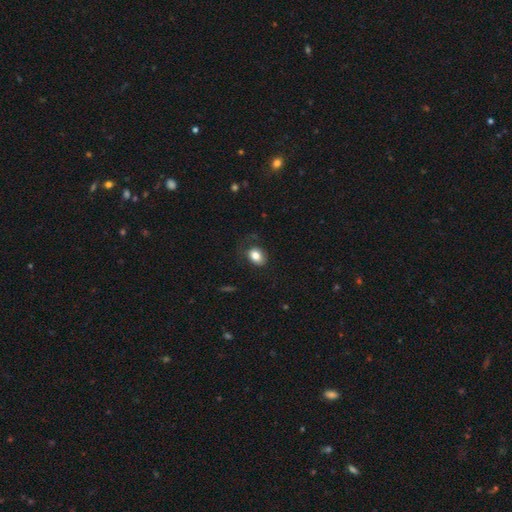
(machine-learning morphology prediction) Smooth or featured?
  - smooth: 81% *
  - featured or disk: 10%
  - star or artifact: 9%
How rounded?
  - in between: 63% *
  - round: 36%
  - cigar-shaped: 1%
Merging?
  - none: 70% *
  - minor disturbance: 19%
  - major disturbance: 10%
  - merger: 1%